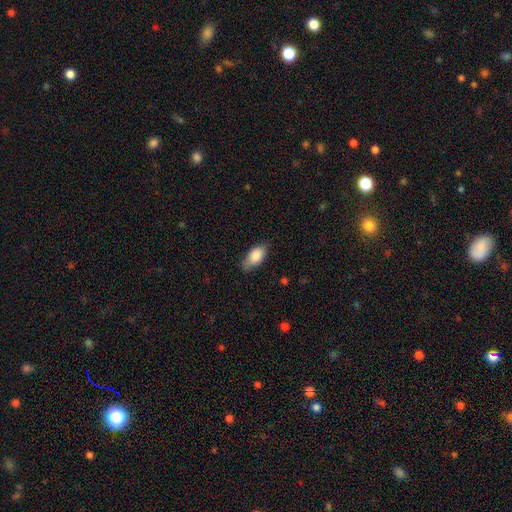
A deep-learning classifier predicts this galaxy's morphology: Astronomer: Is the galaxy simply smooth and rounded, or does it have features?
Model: smooth — 85%.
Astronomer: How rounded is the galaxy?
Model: in between — 91%.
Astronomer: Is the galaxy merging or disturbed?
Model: none — 71%.